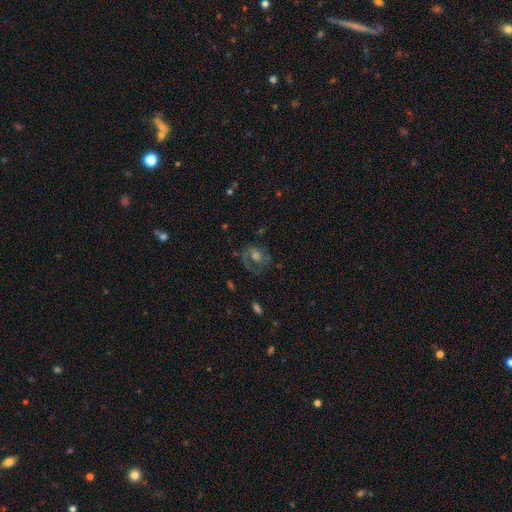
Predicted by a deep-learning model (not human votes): smooth_or_featured: featured or disk (p=0.63) [alt: smooth p=0.24]
disk_edge_on: no (p=0.97) [alt: yes p=0.03]
bar: no (p=0.66) [alt: weak p=0.27]
has_spiral_arms: yes (p=0.75) [alt: no p=0.25]
bulge_size: moderate (p=0.51) [alt: large p=0.23]
merging: none (p=0.61) [alt: major disturbance p=0.19]